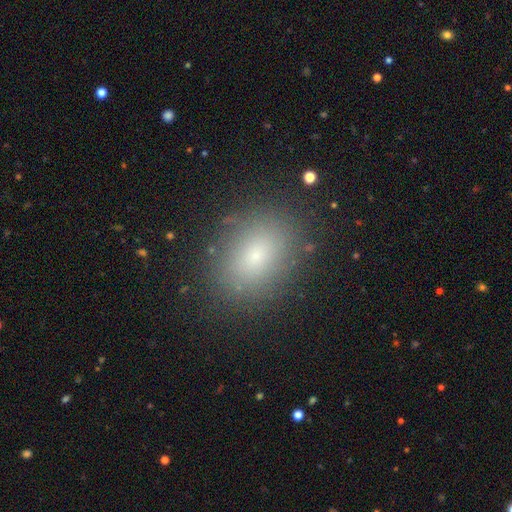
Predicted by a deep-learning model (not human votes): Morphology: type=smooth (72%); roundness=in between (68%); merging=none (84%).